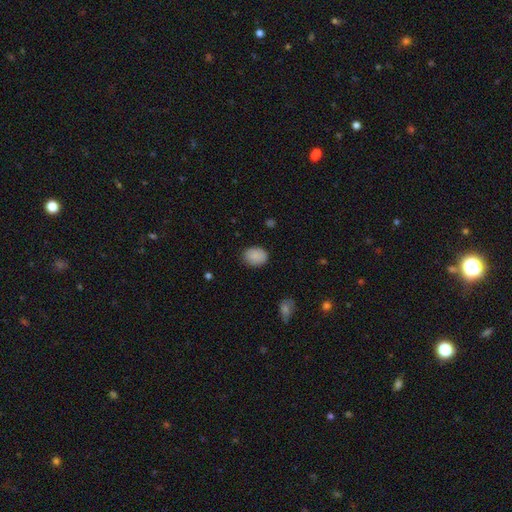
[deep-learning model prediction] A smooth galaxy with no disk features (89%) that is in between round and cigar-shaped (61%).

Vote fractions:
- Smooth or featured? smooth: 89% / star or artifact: 8% / featured or disk: 4%
- How rounded? in between: 61% / round: 38% / cigar-shaped: 1%
- Merging? none: 84% / minor disturbance: 12% / major disturbance: 3% / merger: 1%